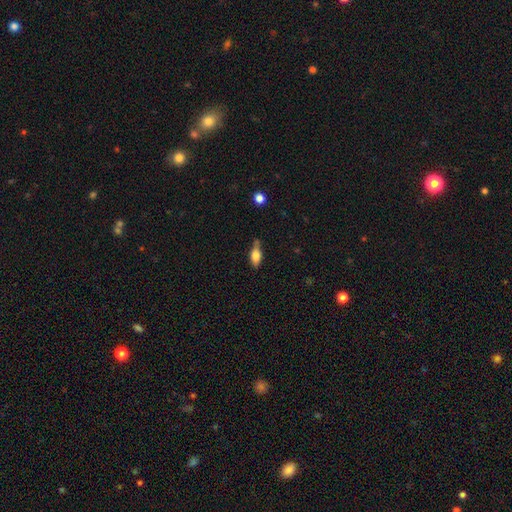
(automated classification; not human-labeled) Smooth or featured? smooth (71%)
How rounded? in between (78%)
Merging? none (62%)